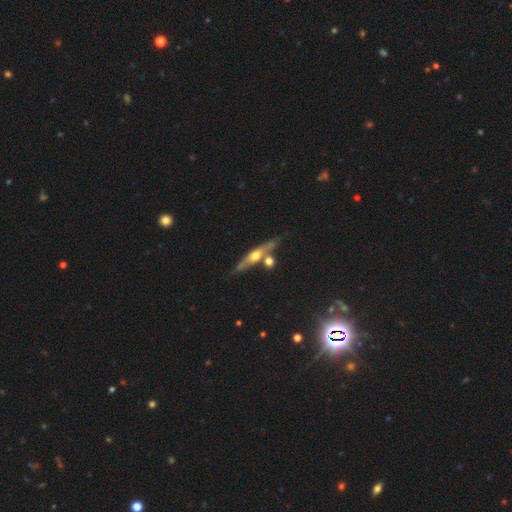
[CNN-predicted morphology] Smooth or featured? featured or disk (64%)
Edge-on disk? yes (87%)
Edge-on bulge? rounded (90%)
Merging? none (67%)